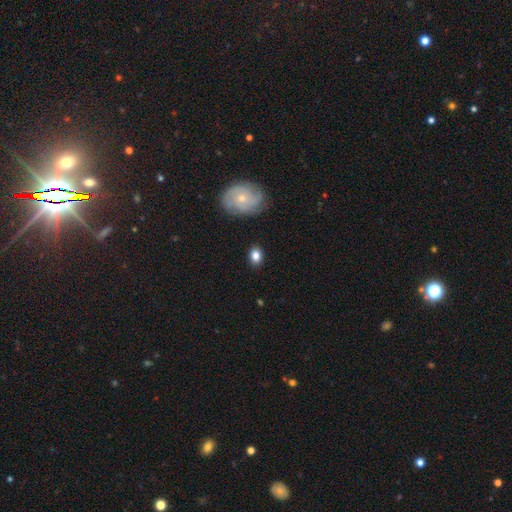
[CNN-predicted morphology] The model was most divided on "how rounded": in between: 61%, round: 37%, cigar-shaped: 1%. More confident: merging — none (86%); smooth or featured — smooth (80%).